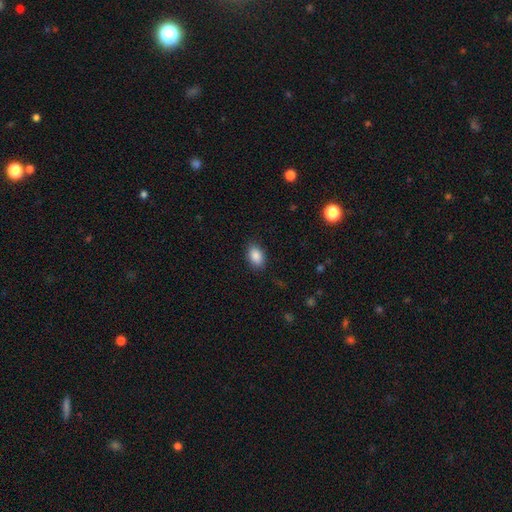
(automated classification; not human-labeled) Morphology: type=smooth (87%); roundness=in between (88%); merging=none (86%).